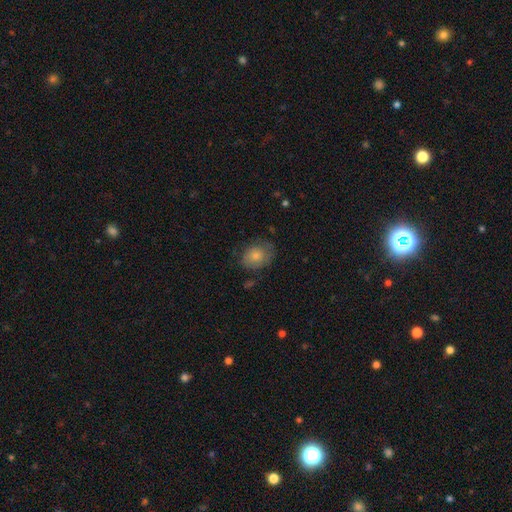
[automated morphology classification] This is likely a smooth galaxy (80%). How rounded: possibly in between (58%). Merging: likely none (66%).